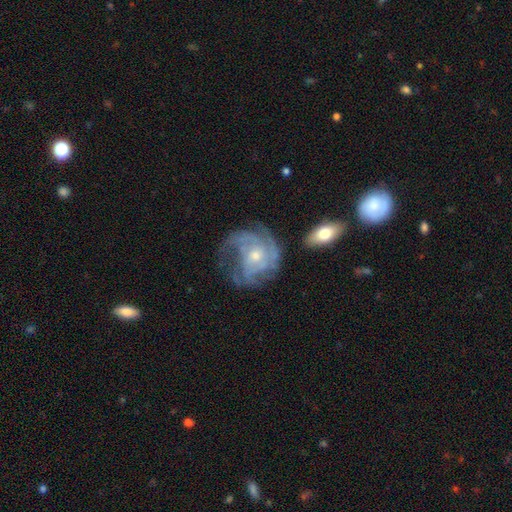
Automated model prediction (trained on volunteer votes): This appears to be a featured or disk galaxy (81%) with no bar (74%), tight (49%) spiral arms (91%) and a small central bulge (50%). Merging: none (52%).